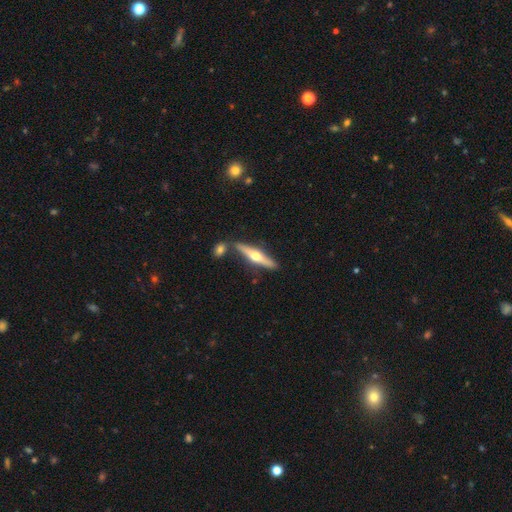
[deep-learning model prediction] The model was most divided on "smooth or featured": featured or disk: 67%, smooth: 28%, star or artifact: 5%. More confident: edge-on disk — yes (95%); edge-on bulge — rounded (95%); merging — none (77%).